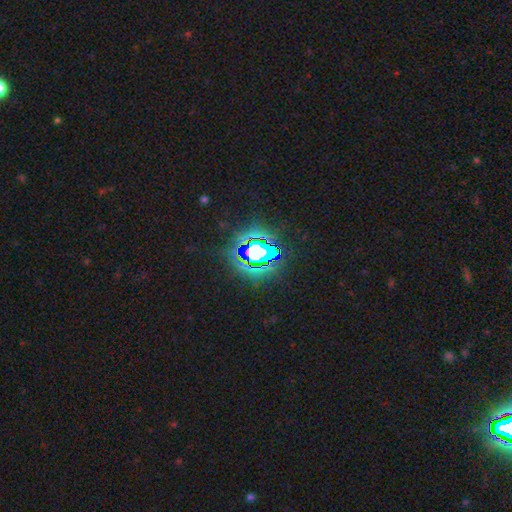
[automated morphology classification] type=star or artifact (73%).